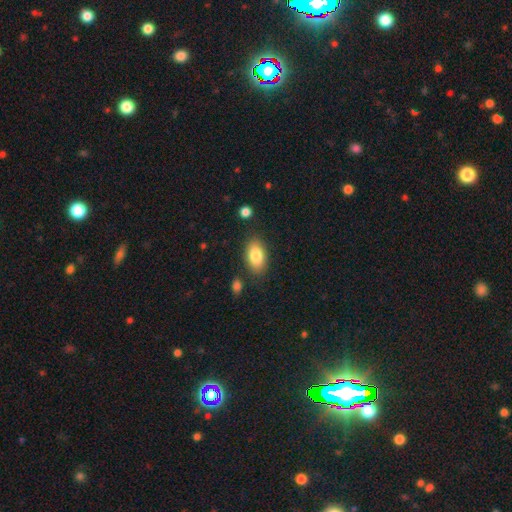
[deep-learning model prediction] A smooth galaxy with no disk features (83%) that is in between round and cigar-shaped (92%).

Vote fractions:
- Smooth or featured? smooth: 83% / featured or disk: 10% / star or artifact: 7%
- How rounded? in between: 92% / round: 5% / cigar-shaped: 2%
- Merging? none: 82% / minor disturbance: 11% / merger: 3% / major disturbance: 3%